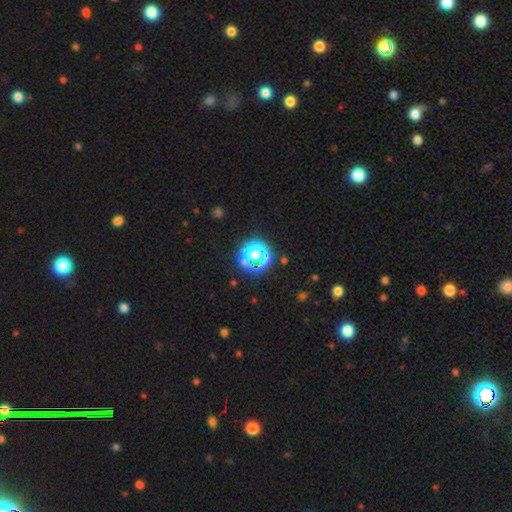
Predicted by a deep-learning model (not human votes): A smooth galaxy with no disk features (46%). Merging: none (73%).